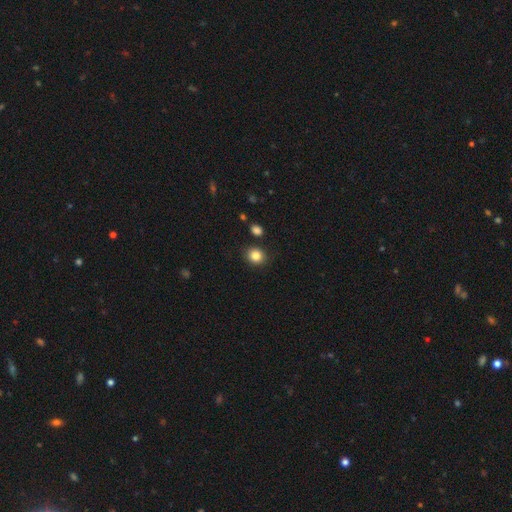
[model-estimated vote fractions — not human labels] A smooth galaxy with no disk features (85%) that is round (80%).

Vote fractions:
- Smooth or featured? smooth: 85% / star or artifact: 10% / featured or disk: 5%
- How rounded? round: 80% / in between: 19% / cigar-shaped: 1%
- Merging? none: 87% / minor disturbance: 8% / merger: 3% / major disturbance: 2%